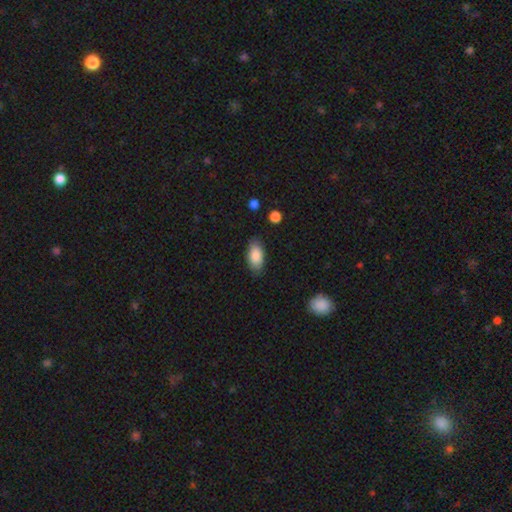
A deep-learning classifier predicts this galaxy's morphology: Smooth or featured? smooth (86%)
How rounded? in between (92%)
Merging? none (83%)